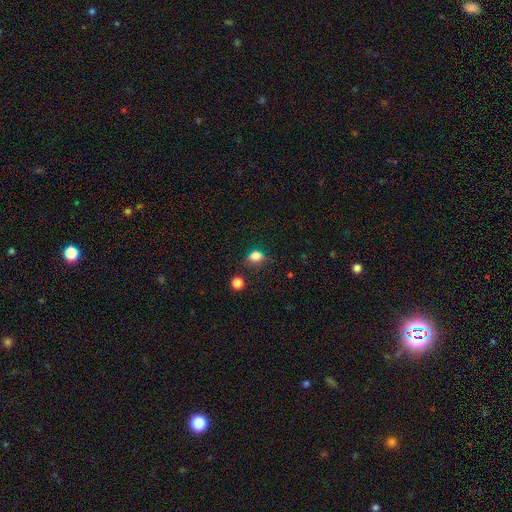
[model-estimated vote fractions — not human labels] Morphology: type=smooth (79%); roundness=in between (56%); merging=none (63%).